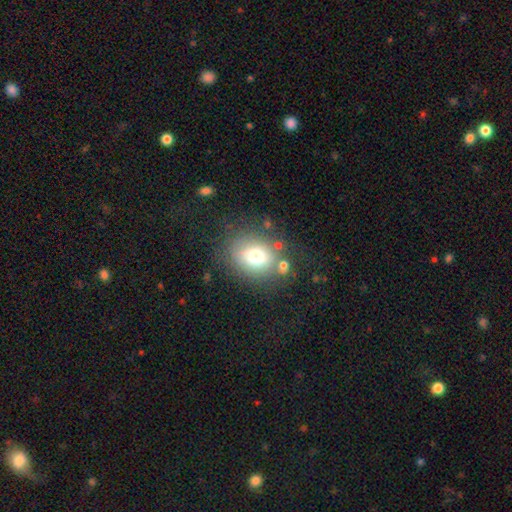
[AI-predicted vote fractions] Morphology: type=smooth (74%); roundness=round (49%, tied with in between); merging=none (68%).